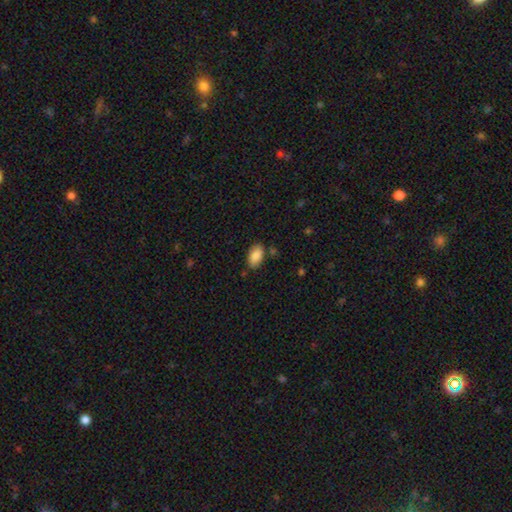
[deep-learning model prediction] This appears to be a smooth galaxy with no disk features (88%) that is in between round and cigar-shaped (93%). Merging: none (80%).